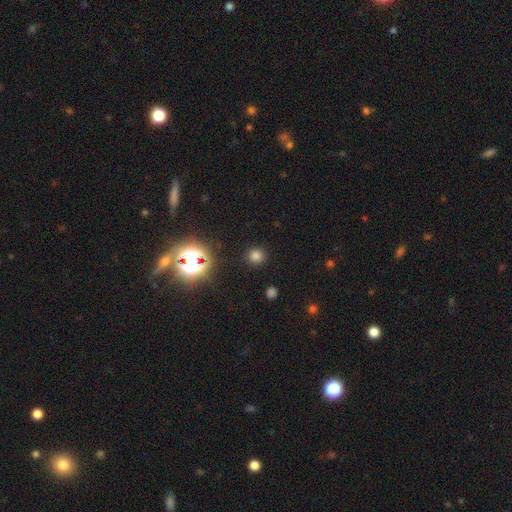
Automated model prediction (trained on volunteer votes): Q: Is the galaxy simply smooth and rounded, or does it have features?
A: smooth — 74%.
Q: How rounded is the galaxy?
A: round — 90%.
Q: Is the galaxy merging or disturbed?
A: none — 89%.